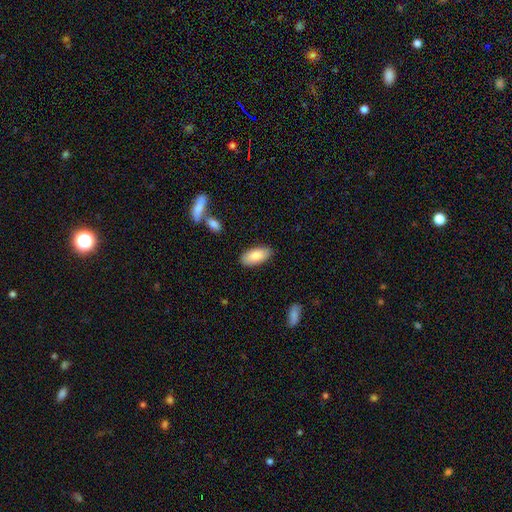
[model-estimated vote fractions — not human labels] smooth-or-featured: smooth: 83% | featured or disk: 10% | star or artifact: 6%
  how-rounded: in between: 90% | cigar-shaped: 8% | round: 2%
  merging: none: 85% | minor disturbance: 11% | major disturbance: 2% | merger: 2%